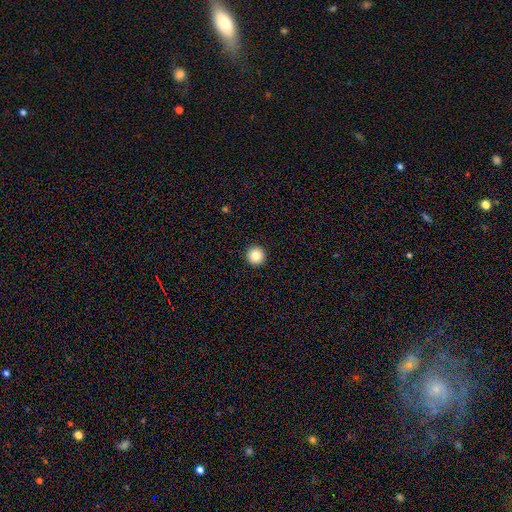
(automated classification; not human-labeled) The model was most divided on "smooth or featured": smooth: 85%, star or artifact: 10%, featured or disk: 5%. More confident: how rounded — round (96%); merging — none (94%).